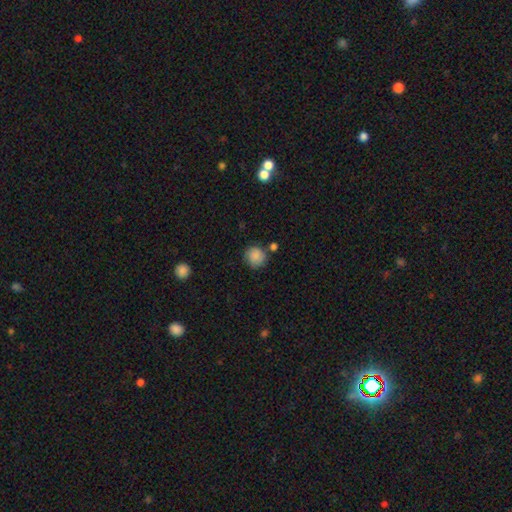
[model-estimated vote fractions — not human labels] Smooth or featured?
  - smooth: 85% *
  - star or artifact: 8%
  - featured or disk: 7%
How rounded?
  - round: 89% *
  - in between: 10%
  - cigar-shaped: 1%
Merging?
  - none: 73% *
  - minor disturbance: 15%
  - merger: 8%
  - major disturbance: 4%